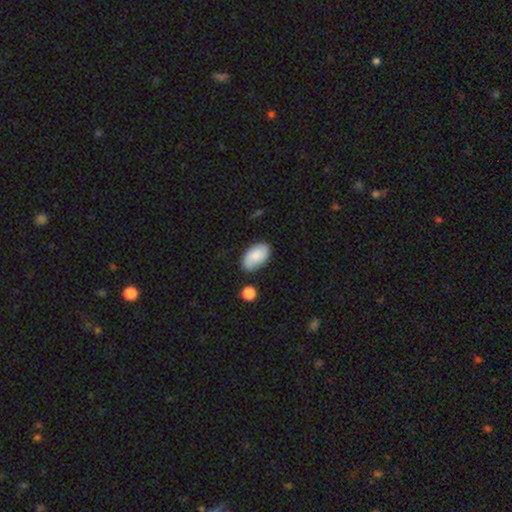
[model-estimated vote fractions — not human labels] Morphology: type=smooth (84%); roundness=in between (95%); merging=none (78%).